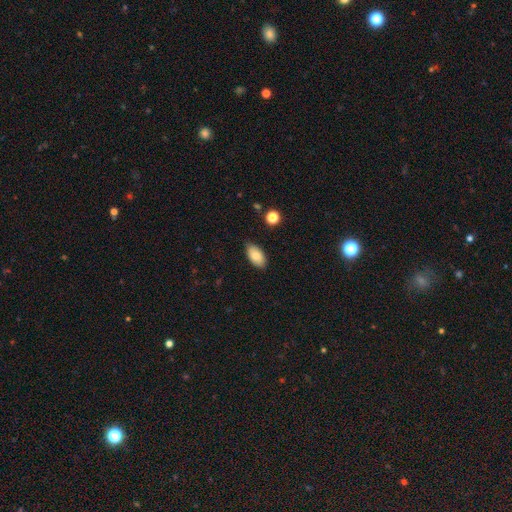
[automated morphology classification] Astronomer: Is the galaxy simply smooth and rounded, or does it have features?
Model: smooth — 82%.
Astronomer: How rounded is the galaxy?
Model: in between — 93%.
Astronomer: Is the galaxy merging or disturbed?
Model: none — 82%.